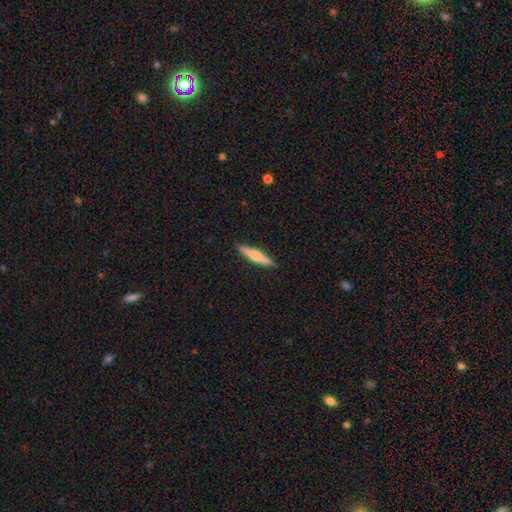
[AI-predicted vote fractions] Overall: smooth (49%; featured or disk 46%). Merging: none (91%).